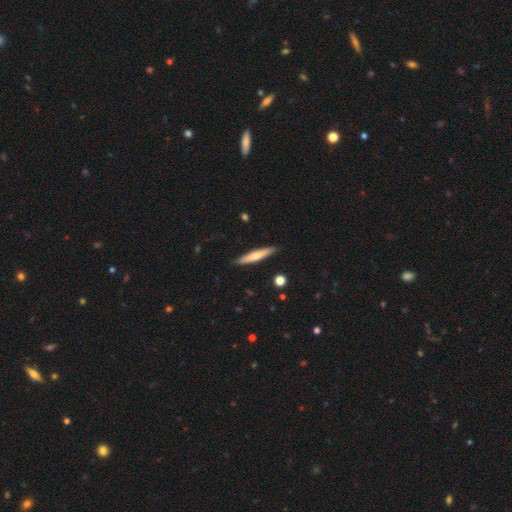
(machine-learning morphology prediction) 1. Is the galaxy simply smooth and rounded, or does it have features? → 55% smooth, 39% featured or disk, 6% star or artifact.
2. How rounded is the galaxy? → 89% cigar-shaped, 9% in between, 2% round.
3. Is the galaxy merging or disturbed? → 90% none, 8% minor disturbance, 1% major disturbance, 1% merger.